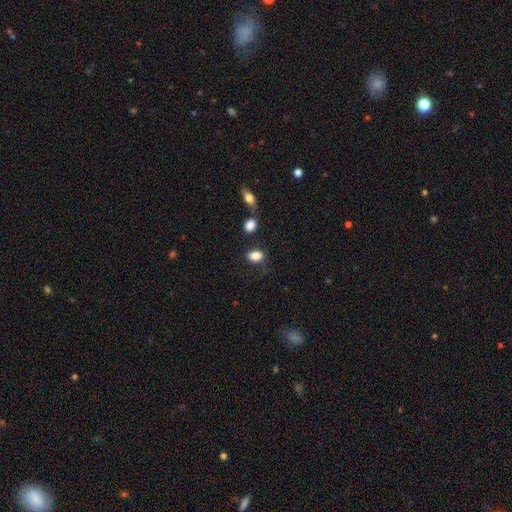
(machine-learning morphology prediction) Smooth or featured? Predicted: smooth (p=0.86). How rounded? Predicted: in between (p=0.80). Merging? Predicted: none (p=0.71).